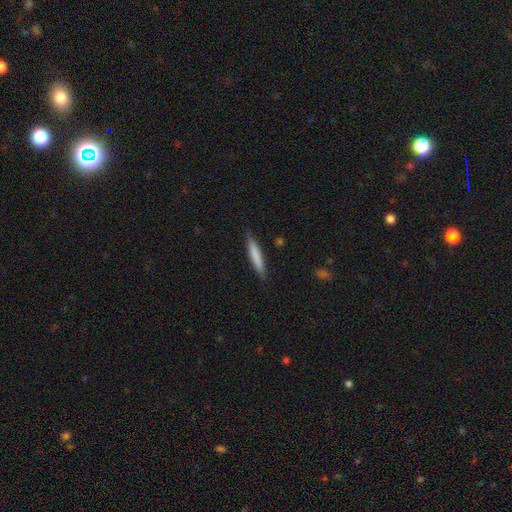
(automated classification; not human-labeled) A smooth galaxy with no disk features (77%) that is cigar-shaped (91%).

Vote fractions:
- Smooth or featured? smooth: 77% / featured or disk: 18% / star or artifact: 5%
- How rounded? cigar-shaped: 91% / in between: 8% / round: 1%
- Merging? none: 86% / minor disturbance: 11% / major disturbance: 2% / merger: 1%